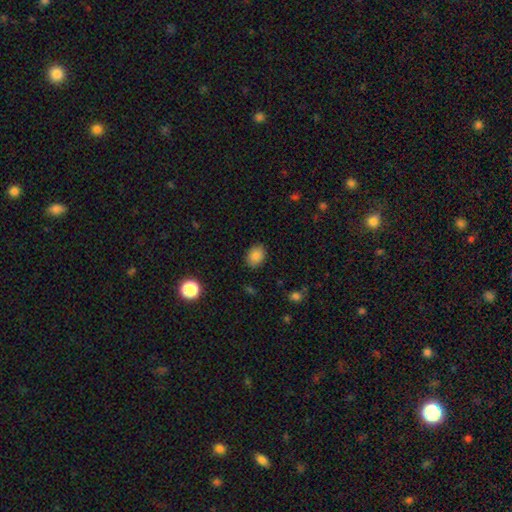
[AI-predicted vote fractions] Smooth or featured? smooth (84%)
How rounded? in between (60%)
Merging? none (87%)